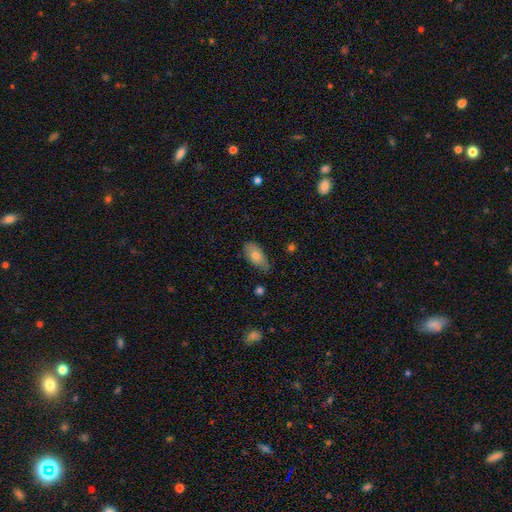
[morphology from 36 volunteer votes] smooth 86%, featured or disk 11%, star or artifact 3%. Down the decision tree: how rounded — in between (97%); merging — none (66%).